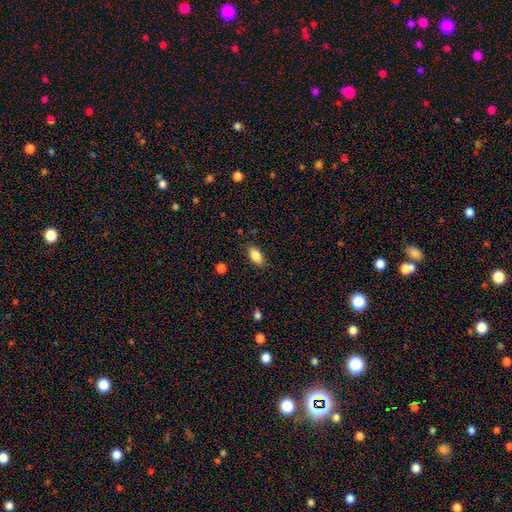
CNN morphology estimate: A smooth galaxy with no disk features (87%) that is in between round and cigar-shaped (91%).

Vote fractions:
- Smooth or featured? smooth: 87% / star or artifact: 8% / featured or disk: 6%
- How rounded? in between: 91% / cigar-shaped: 5% / round: 4%
- Merging? none: 86% / minor disturbance: 11% / major disturbance: 3% / merger: 1%